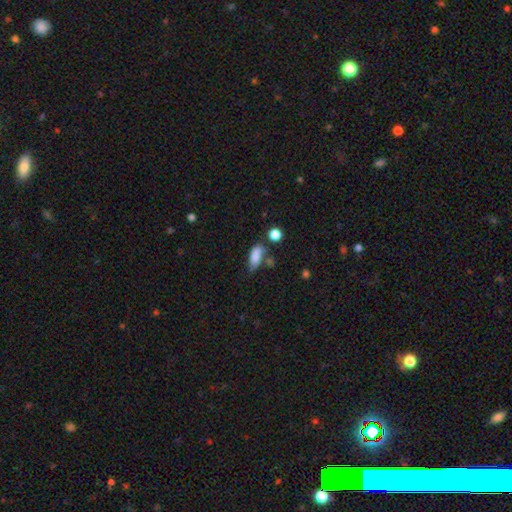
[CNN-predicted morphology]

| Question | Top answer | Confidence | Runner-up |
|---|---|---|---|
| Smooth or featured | smooth | 80% | featured or disk (11%) |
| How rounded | in between | 81% | cigar-shaped (14%) |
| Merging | none | 46% | minor disturbance (28%) |